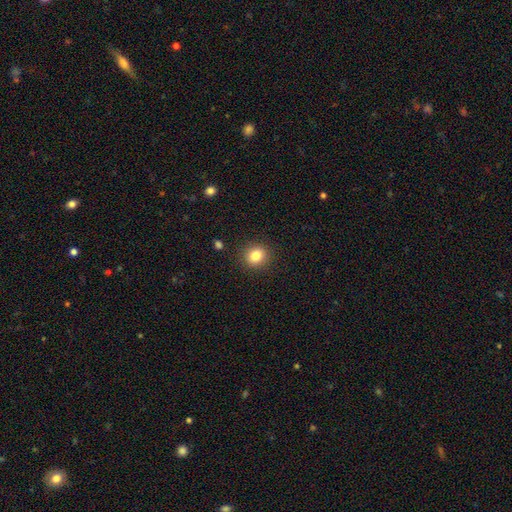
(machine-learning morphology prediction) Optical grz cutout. It shows a smooth galaxy with no disk features (84%) that is round (75%). Merging: none (89%).